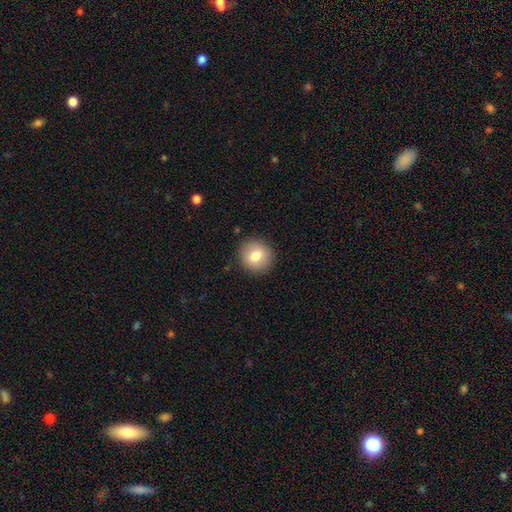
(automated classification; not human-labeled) smooth-or-featured: smooth: 78% | featured or disk: 14% | star or artifact: 8%
  how-rounded: round: 90% | in between: 9% | cigar-shaped: 1%
  merging: none: 90% | minor disturbance: 7% | major disturbance: 2% | merger: 1%